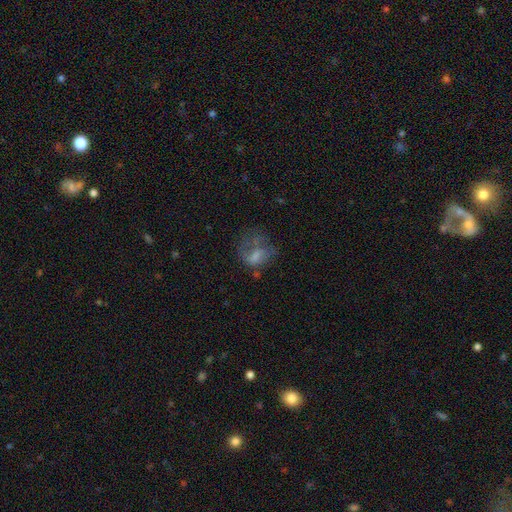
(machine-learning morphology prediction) This appears to be a smooth galaxy with no disk features (44%). Merging: major disturbance (39%).